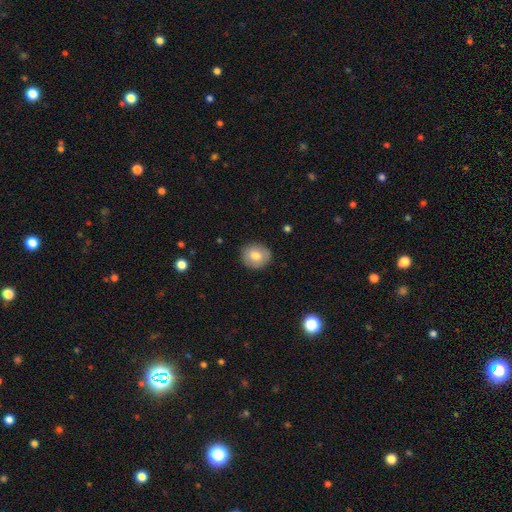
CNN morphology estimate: The model was most divided on "smooth or featured": smooth: 77%, featured or disk: 15%, star or artifact: 8%. More confident: merging — none (88%); how rounded — round (81%).